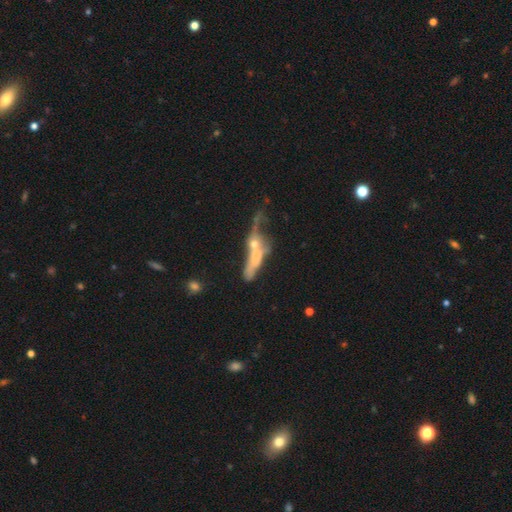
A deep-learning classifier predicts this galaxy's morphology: Q: Smooth or featured?
A: featured or disk (47%); runner-up: smooth (42%)
Q: Merging?
A: merger (53%); runner-up: major disturbance (23%)